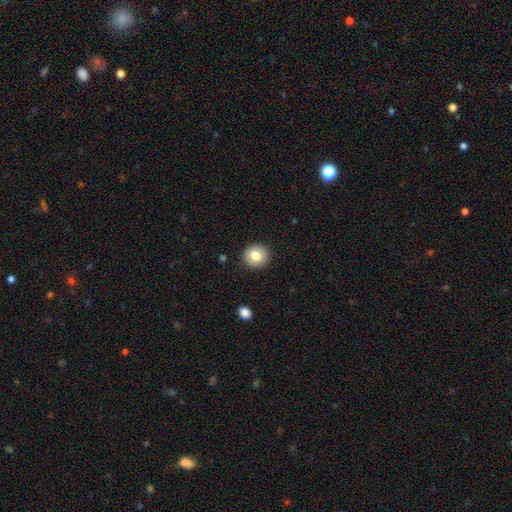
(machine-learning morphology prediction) Smooth or featured: smooth — 79% (featured or disk — 13%)
How rounded: round — 88% (in between — 11%)
Merging: none — 91% (minor disturbance — 6%)